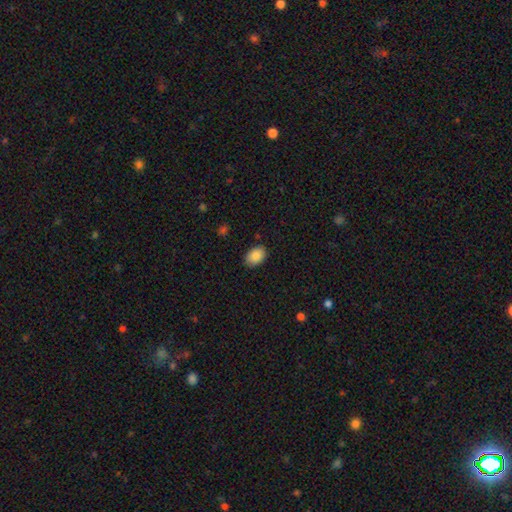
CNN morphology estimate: The model was most divided on "how rounded": in between: 83%, round: 16%, cigar-shaped: 1%. More confident: smooth or featured — smooth (88%); merging — none (85%).